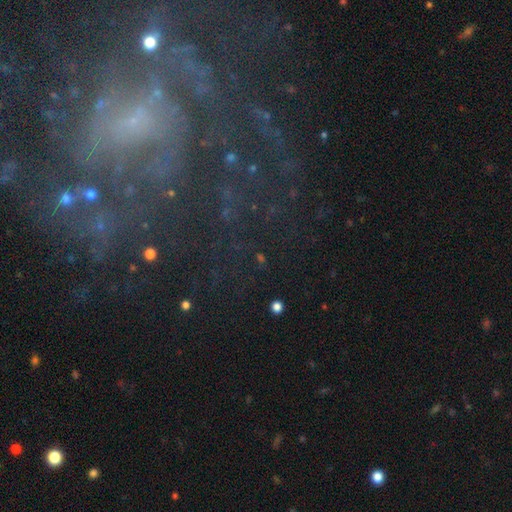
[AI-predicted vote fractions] A featured or disk galaxy (57%) with no bar (51%), spiral arms (79%) and a small central bulge (61%). Merging: none (65%).